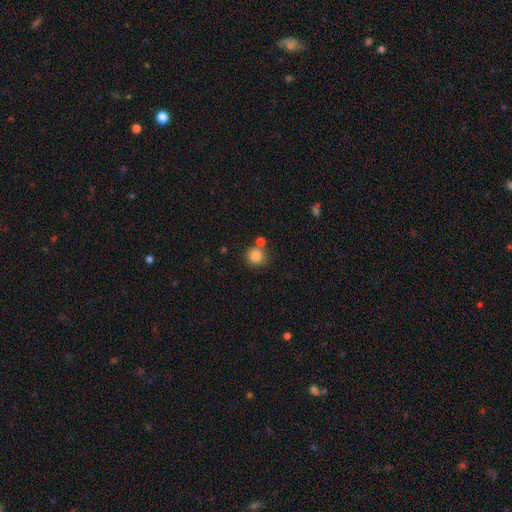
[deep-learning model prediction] A smooth galaxy with no disk features (86%) that is round (92%).

Vote fractions:
- Smooth or featured? smooth: 86% / star or artifact: 10% / featured or disk: 4%
- How rounded? round: 92% / in between: 7% / cigar-shaped: 1%
- Merging? none: 70% / merger: 17% / minor disturbance: 10% / major disturbance: 3%